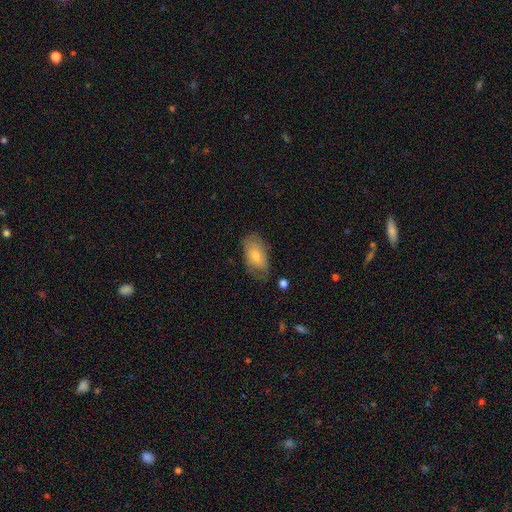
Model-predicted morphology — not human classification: Overall: smooth (62%; featured or disk 30%). How rounded: in between (91%). Merging: none (62%; minor disturbance 27%).